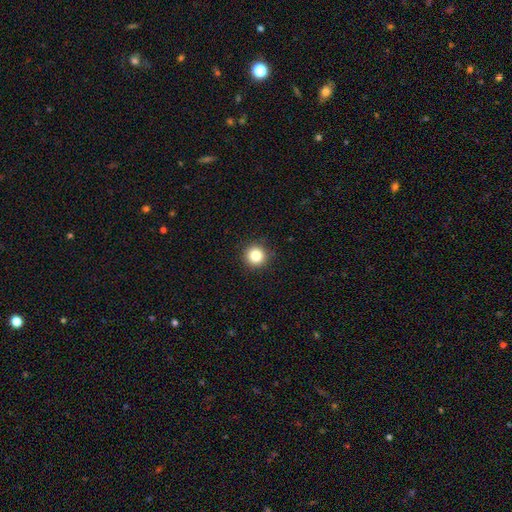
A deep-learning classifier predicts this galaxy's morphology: Smooth or featured? Predicted: smooth (p=0.83). How rounded? Predicted: round (p=0.96). Merging? Predicted: none (p=0.92).